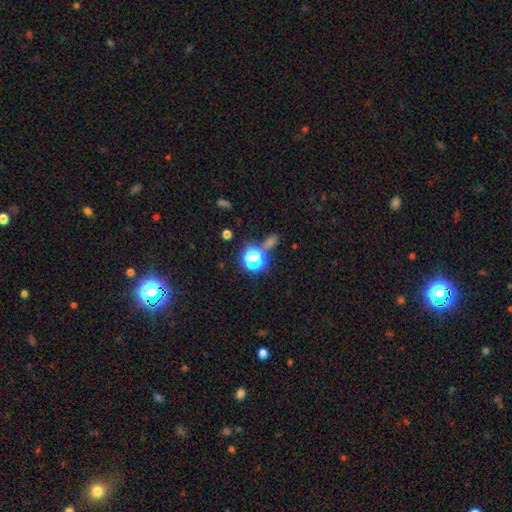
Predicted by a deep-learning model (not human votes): Smooth or featured: star or artifact — 70% (smooth — 21%)